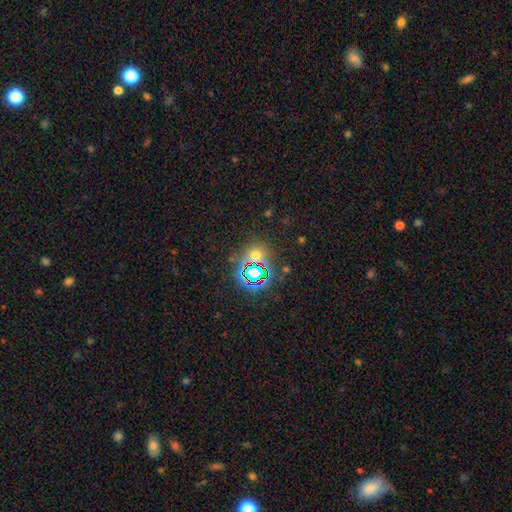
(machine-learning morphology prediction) Smooth or featured: star or artifact — 52% (smooth — 40%)